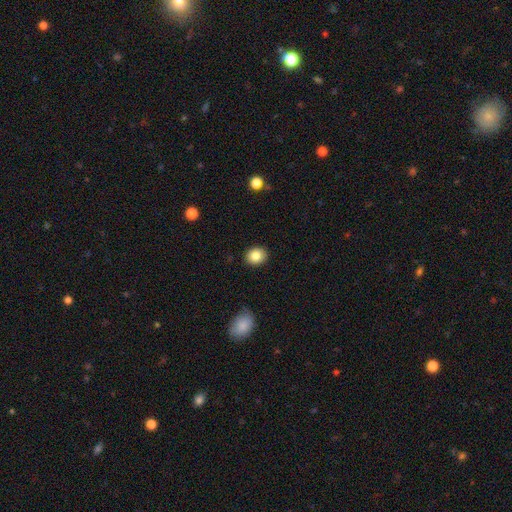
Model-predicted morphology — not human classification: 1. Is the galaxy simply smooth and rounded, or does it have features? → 84% smooth, 9% star or artifact, 7% featured or disk.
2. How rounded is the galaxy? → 64% round, 35% in between, 1% cigar-shaped.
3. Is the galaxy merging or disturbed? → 90% none, 7% minor disturbance, 2% major disturbance, 1% merger.